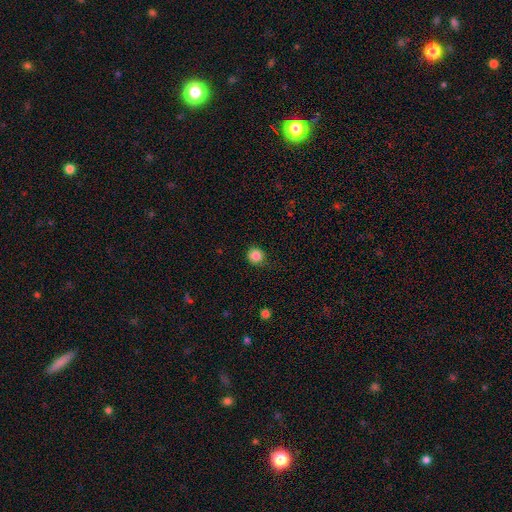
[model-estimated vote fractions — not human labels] smooth 85%, star or artifact 11%, featured or disk 4%. Down the decision tree: how rounded — round (92%); merging — none (85%).